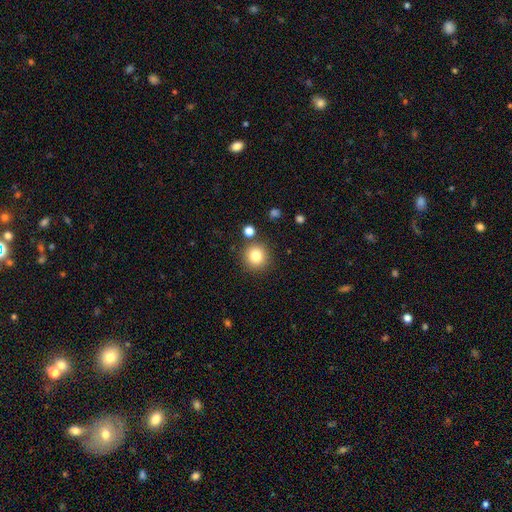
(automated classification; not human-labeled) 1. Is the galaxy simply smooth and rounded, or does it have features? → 82% smooth, 11% star or artifact, 7% featured or disk.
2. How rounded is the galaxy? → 93% round, 6% in between, 1% cigar-shaped.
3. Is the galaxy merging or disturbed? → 85% none, 7% minor disturbance, 5% merger, 3% major disturbance.